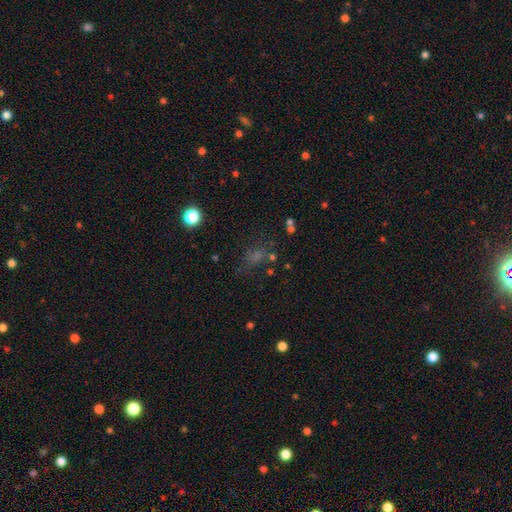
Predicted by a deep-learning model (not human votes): A smooth galaxy with no disk features (46%).

Vote fractions:
- Smooth or featured? smooth: 46% / star or artifact: 36% / featured or disk: 18%
- Merging? none: 59% / minor disturbance: 18% / major disturbance: 17% / merger: 7%